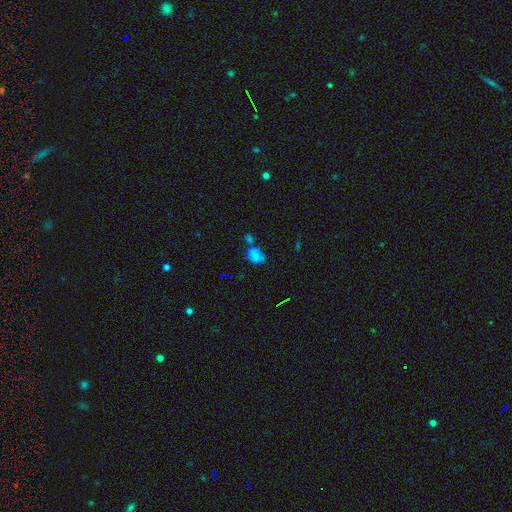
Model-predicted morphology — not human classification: Smooth or featured? Predicted: smooth (p=0.74). How rounded? Predicted: in between (p=0.79). Merging? Predicted: none (p=0.46).